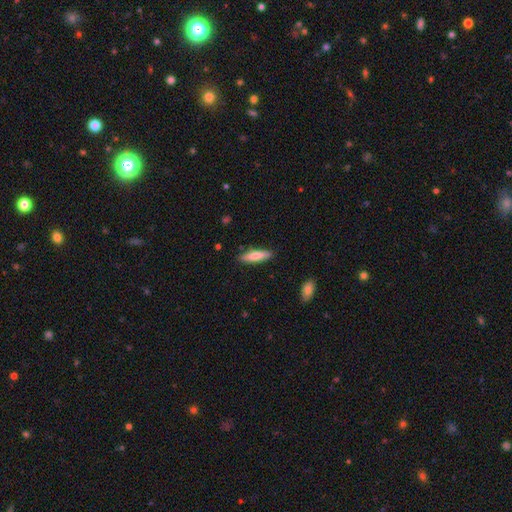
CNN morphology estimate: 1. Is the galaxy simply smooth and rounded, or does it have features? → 72% smooth, 23% featured or disk, 6% star or artifact.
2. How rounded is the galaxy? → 73% cigar-shaped, 26% in between, 2% round.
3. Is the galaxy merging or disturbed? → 87% none, 10% minor disturbance, 2% major disturbance, 1% merger.